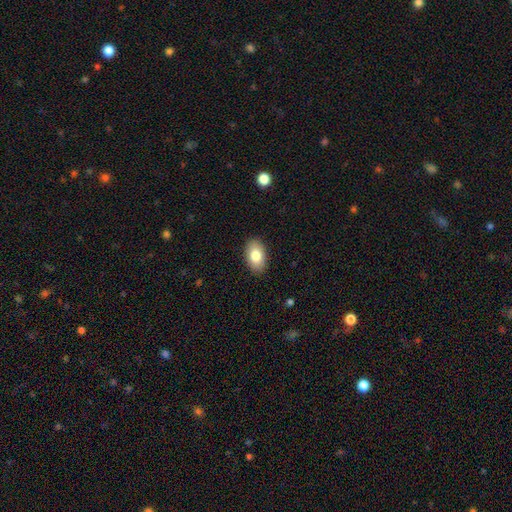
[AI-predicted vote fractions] smooth_or_featured: smooth (p=0.81) [alt: featured or disk p=0.12]
how_rounded: in between (p=0.92) [alt: round p=0.07]
merging: none (p=0.89) [alt: minor disturbance p=0.08]